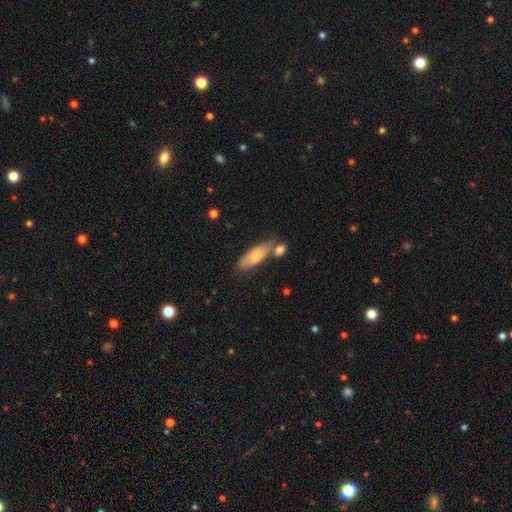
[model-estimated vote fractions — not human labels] Overall: smooth (72%). How rounded: in between (64%; cigar-shaped 34%). Merging: none (57%; merger 24%).